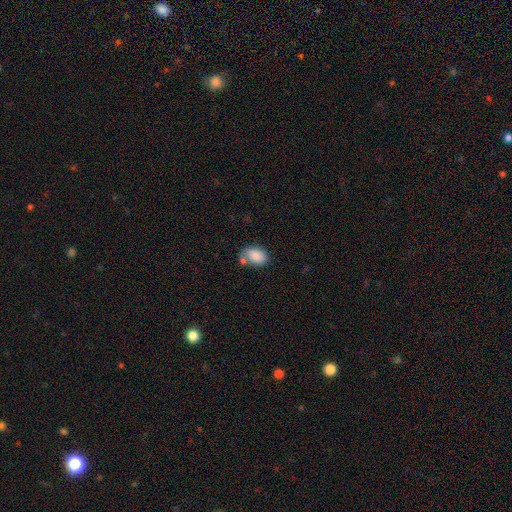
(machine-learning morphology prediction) Overall: smooth (86%). How rounded: in between (86%). Merging: none (55%; merger 20%).